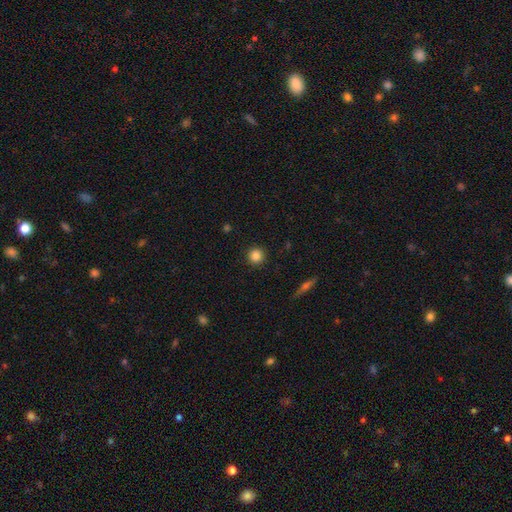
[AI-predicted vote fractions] Smooth or featured?
  - smooth: 85% *
  - star or artifact: 10%
  - featured or disk: 5%
How rounded?
  - round: 95% *
  - in between: 4%
  - cigar-shaped: 1%
Merging?
  - none: 92% *
  - minor disturbance: 5%
  - major disturbance: 2%
  - merger: 1%